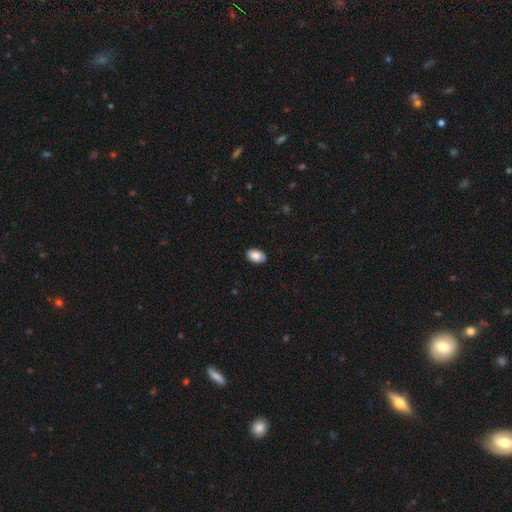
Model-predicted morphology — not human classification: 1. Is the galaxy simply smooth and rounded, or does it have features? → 87% smooth, 7% star or artifact, 6% featured or disk.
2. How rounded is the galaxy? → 90% in between, 9% round, 1% cigar-shaped.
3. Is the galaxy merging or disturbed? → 88% none, 9% minor disturbance, 2% major disturbance, 1% merger.